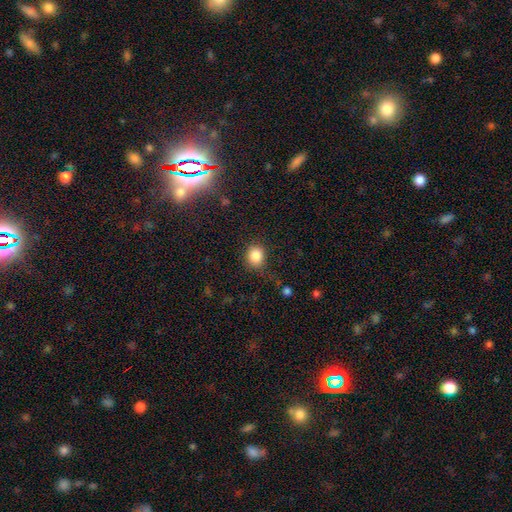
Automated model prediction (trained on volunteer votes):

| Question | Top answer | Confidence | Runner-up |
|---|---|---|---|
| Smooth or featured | smooth | 85% | star or artifact (10%) |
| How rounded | round | 75% | in between (24%) |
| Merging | none | 77% | minor disturbance (15%) |